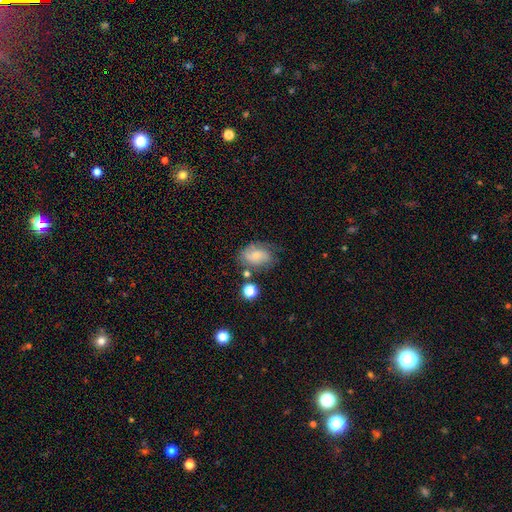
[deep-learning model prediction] Smooth or featured: smooth — 55% (featured or disk — 35%)
How rounded: in between — 74% (round — 24%)
Merging: none — 59% (minor disturbance — 24%)